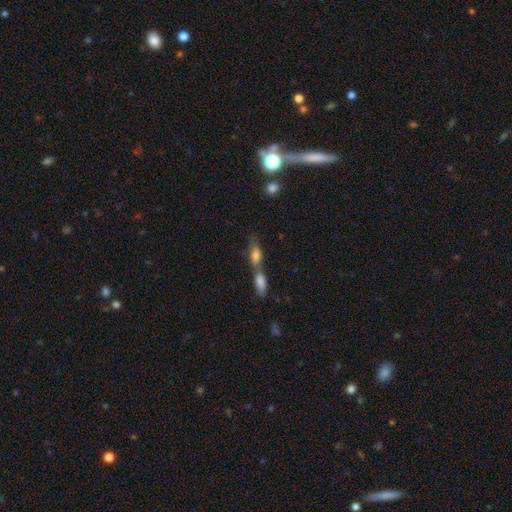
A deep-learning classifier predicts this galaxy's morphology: Smooth or featured: smooth — 68% (featured or disk — 21%)
How rounded: in between — 65% (cigar-shaped — 29%)
Merging: merger — 63% (none — 26%)